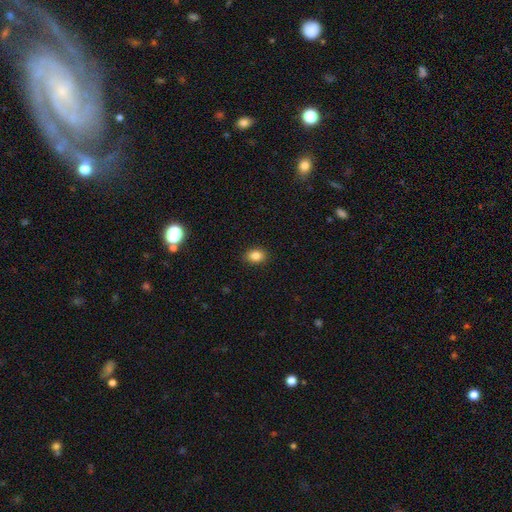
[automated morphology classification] Overall: smooth (85%). How rounded: in between (70%). Merging: none (89%).